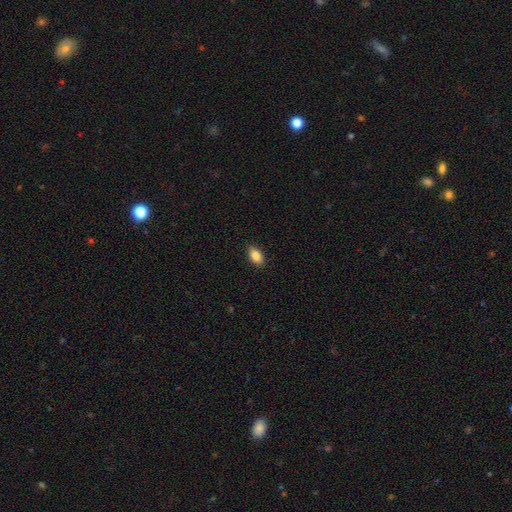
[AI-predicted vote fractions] Smooth or featured? Predicted: smooth (p=0.86). How rounded? Predicted: in between (p=0.90). Merging? Predicted: none (p=0.88).